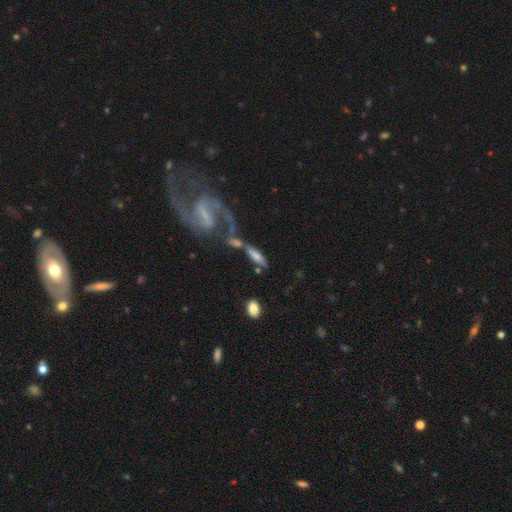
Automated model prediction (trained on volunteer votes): This is possibly a featured or disk galaxy (45%, tied with smooth). Merging: marginally none (39%).